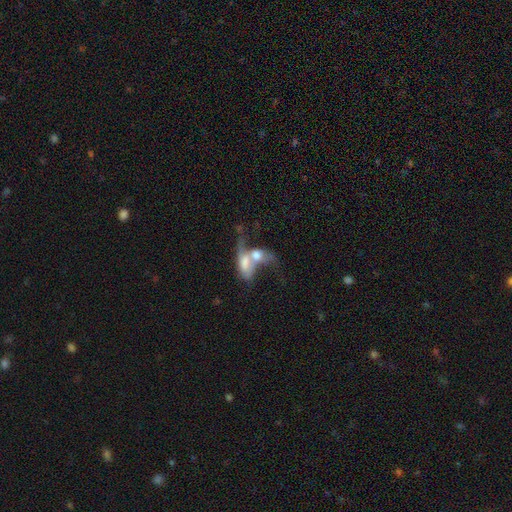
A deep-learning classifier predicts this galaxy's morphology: The model was most divided on "smooth or featured": smooth: 46%, featured or disk: 45%, star or artifact: 9%. More confident: merging — merger (77%).